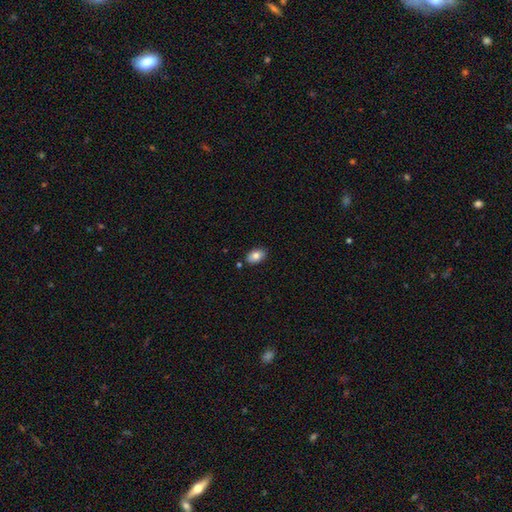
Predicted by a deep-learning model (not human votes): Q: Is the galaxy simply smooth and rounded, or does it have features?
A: smooth — 82%.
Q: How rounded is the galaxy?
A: in between — 90%.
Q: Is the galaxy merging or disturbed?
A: none — 84%.